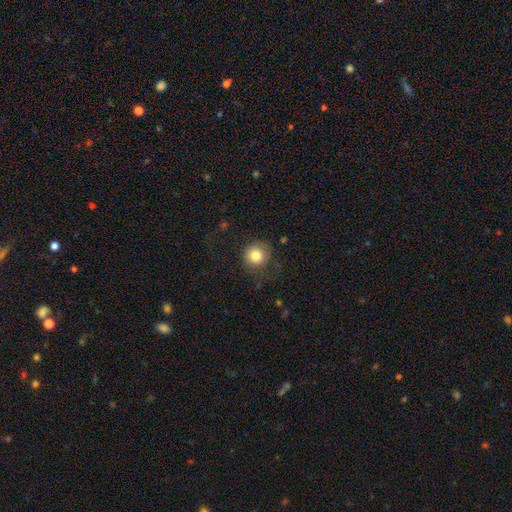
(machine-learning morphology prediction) The model was most divided on "merging": none: 72%, minor disturbance: 17%, major disturbance: 10%, merger: 1%. More confident: how rounded — round (92%); smooth or featured — smooth (82%).